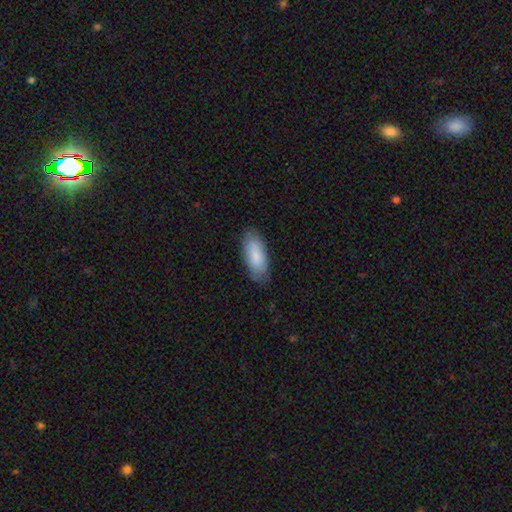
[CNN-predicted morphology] A smooth galaxy with no disk features (86%) that is in between round and cigar-shaped (83%). Merging: none (80%).